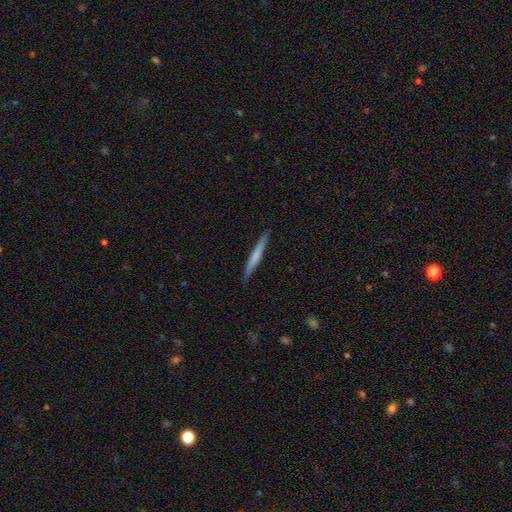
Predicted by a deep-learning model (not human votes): Smooth or featured? Predicted: smooth (p=0.61). How rounded? Predicted: cigar-shaped (p=0.97). Merging? Predicted: none (p=0.91).